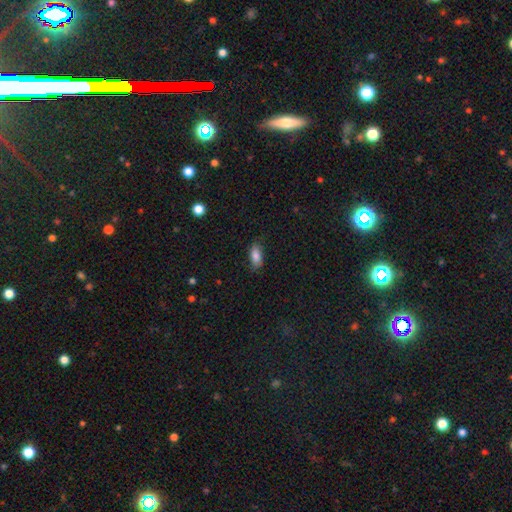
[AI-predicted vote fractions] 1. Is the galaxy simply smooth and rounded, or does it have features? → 84% smooth, 9% featured or disk, 8% star or artifact.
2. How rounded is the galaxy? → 86% in between, 11% cigar-shaped, 3% round.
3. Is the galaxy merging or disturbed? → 77% none, 18% minor disturbance, 4% major disturbance, 1% merger.